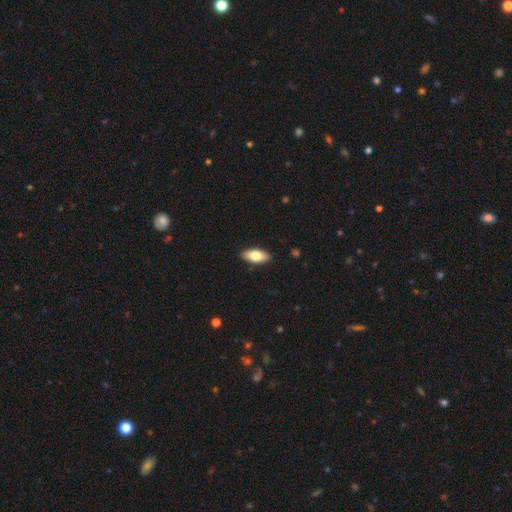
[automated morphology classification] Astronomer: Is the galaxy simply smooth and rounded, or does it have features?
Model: smooth — 77%.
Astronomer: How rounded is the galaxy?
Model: in between — 88%.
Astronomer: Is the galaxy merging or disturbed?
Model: none — 89%.